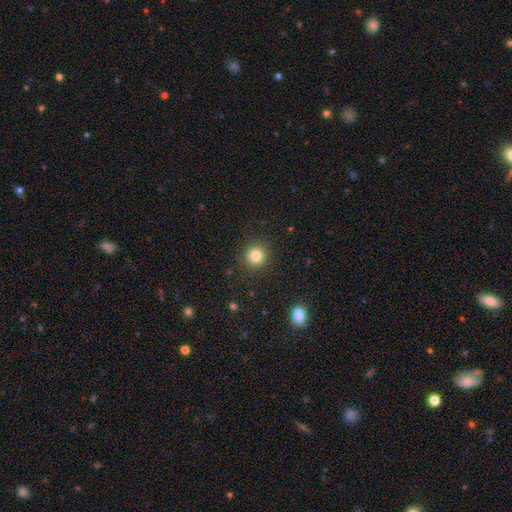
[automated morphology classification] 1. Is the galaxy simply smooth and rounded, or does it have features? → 82% smooth, 12% star or artifact, 6% featured or disk.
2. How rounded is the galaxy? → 93% round, 6% in between, 1% cigar-shaped.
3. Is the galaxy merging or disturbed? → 90% none, 6% minor disturbance, 3% major disturbance, 1% merger.